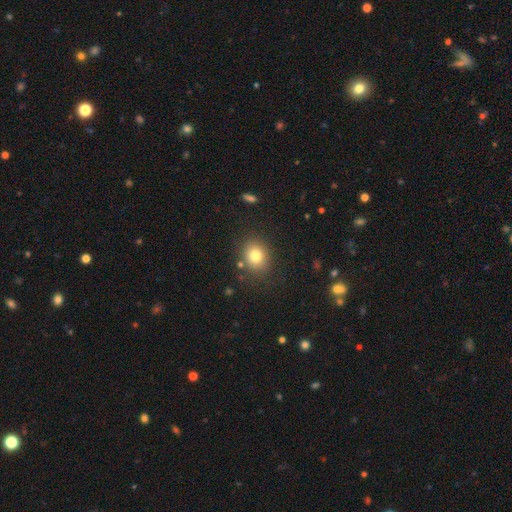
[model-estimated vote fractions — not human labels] A smooth galaxy with no disk features (80%) that is round (64%). Merging: none (83%).